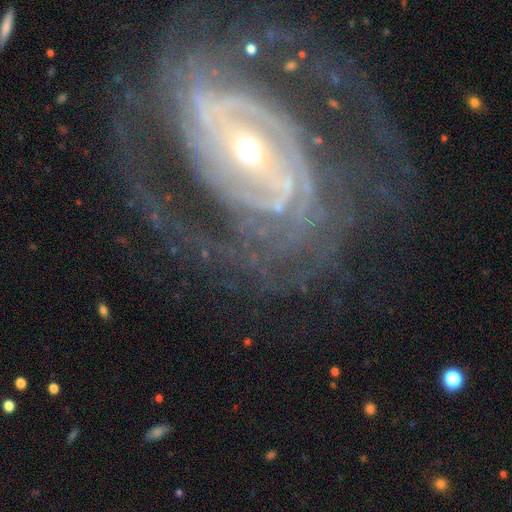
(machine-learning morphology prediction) This appears to be a featured or disk galaxy (90%) with a strong bar (38%), 2 (36%) tight (56%) spiral arms (96%) and a small central bulge (49%). Merging: none (67%).